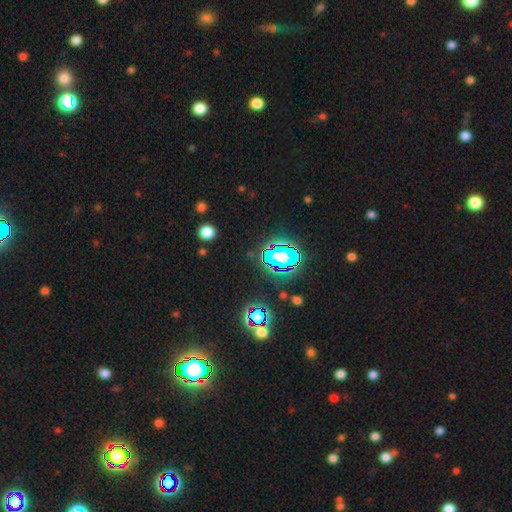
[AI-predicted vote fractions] star or artifact 81%, smooth 11%, featured or disk 8%.